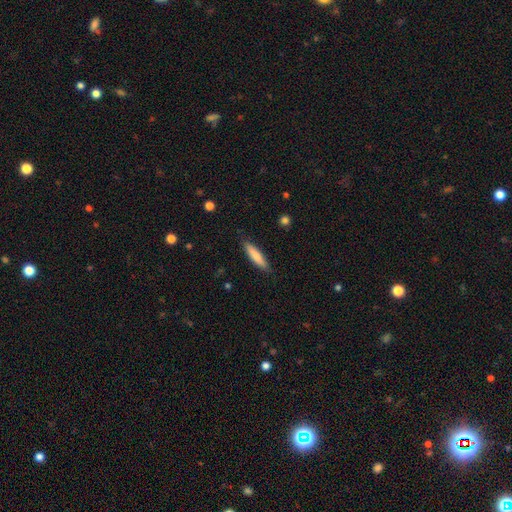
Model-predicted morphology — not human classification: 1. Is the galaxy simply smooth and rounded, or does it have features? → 77% smooth, 17% featured or disk, 6% star or artifact.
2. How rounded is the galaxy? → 81% cigar-shaped, 18% in between, 1% round.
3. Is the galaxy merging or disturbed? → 87% none, 10% minor disturbance, 2% major disturbance, 1% merger.